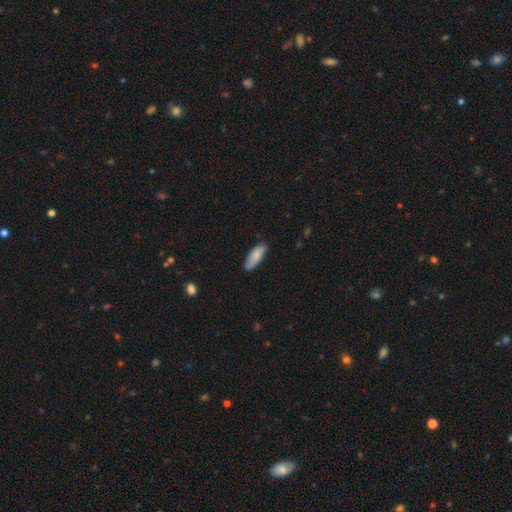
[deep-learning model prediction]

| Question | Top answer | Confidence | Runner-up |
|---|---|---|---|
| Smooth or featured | smooth | 84% | featured or disk (10%) |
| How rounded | in between | 61% | cigar-shaped (38%) |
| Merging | none | 81% | minor disturbance (16%) |